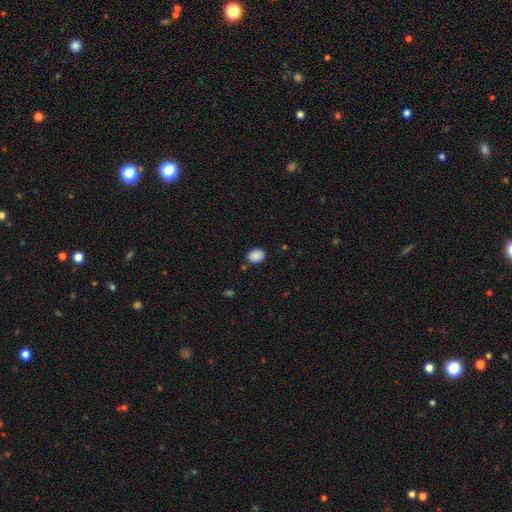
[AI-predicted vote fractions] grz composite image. It shows a smooth galaxy with no disk features (89%) that is in between round and cigar-shaped (63%). Merging: none (85%).